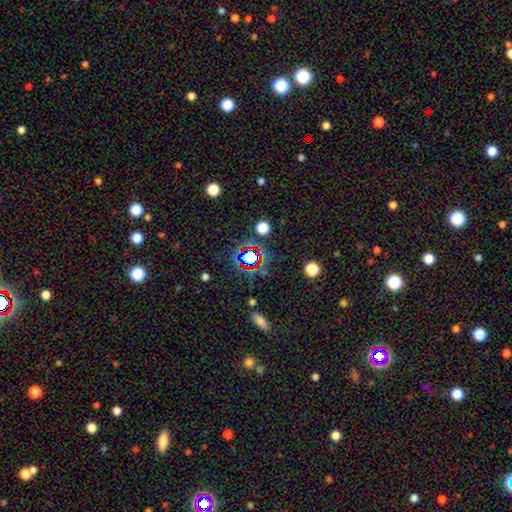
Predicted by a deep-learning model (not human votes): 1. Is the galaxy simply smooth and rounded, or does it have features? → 67% star or artifact, 23% smooth, 10% featured or disk.